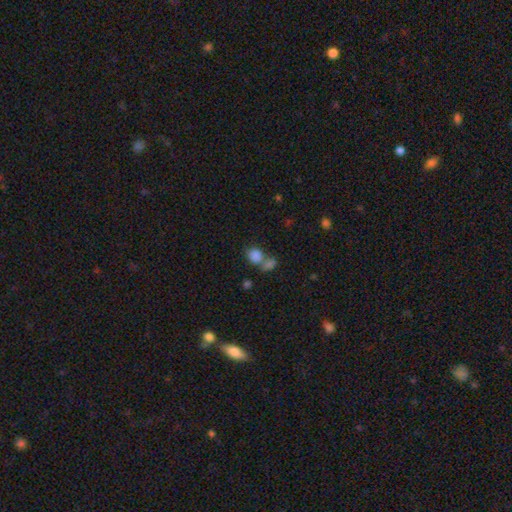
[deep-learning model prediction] Morphology: type=smooth (83%); roundness=round (56%); merging=merger (51%).